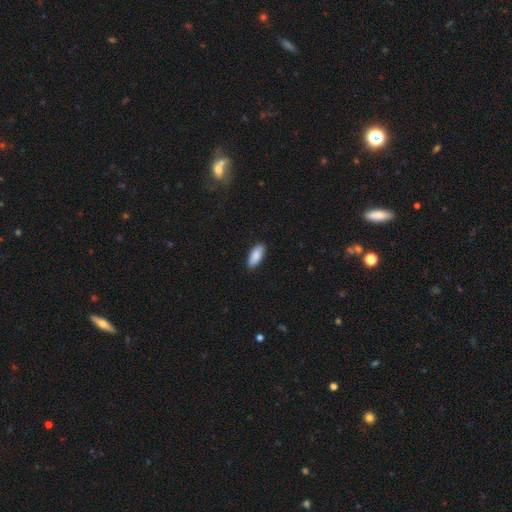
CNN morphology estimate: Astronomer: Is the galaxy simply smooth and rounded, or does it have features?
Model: smooth — 89%.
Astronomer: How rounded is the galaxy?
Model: in between — 81%.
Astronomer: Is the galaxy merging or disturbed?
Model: none — 87%.